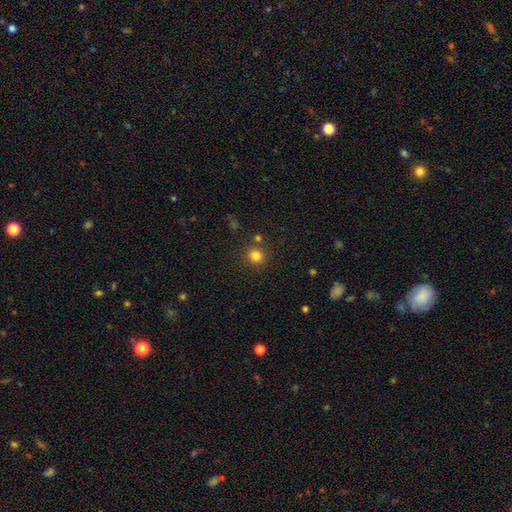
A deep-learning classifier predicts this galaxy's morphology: Smooth or featured: smooth — 81% (star or artifact — 14%)
How rounded: round — 92% (in between — 7%)
Merging: none — 83% (minor disturbance — 7%)